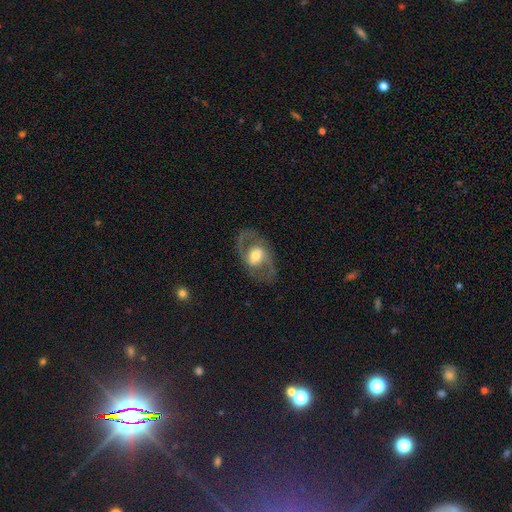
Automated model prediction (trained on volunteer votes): Smooth or featured?
  - featured or disk: 77% *
  - smooth: 17%
  - star or artifact: 6%
Edge-on disk?
  - no: 94% *
  - yes: 6%
Bar?
  - no: 42% *
  - weak: 38%
  - strong: 20%
Spiral arms?
  - yes: 76% *
  - no: 24%
Spiral winding?
  - medium: 54% *
  - loose: 26%
  - tight: 19%
Spiral arm count?
  - 2: 88% *
  - can't tell: 7%
  - 1: 3%
  - 3: 1%
  - 4: 1%
  - more than 4: 1%
Bulge size?
  - moderate: 65% *
  - large: 19%
  - small: 14%
  - dominant: 2%
  - none: 1%
Merging?
  - none: 80% *
  - minor disturbance: 11%
  - major disturbance: 8%
  - merger: 1%